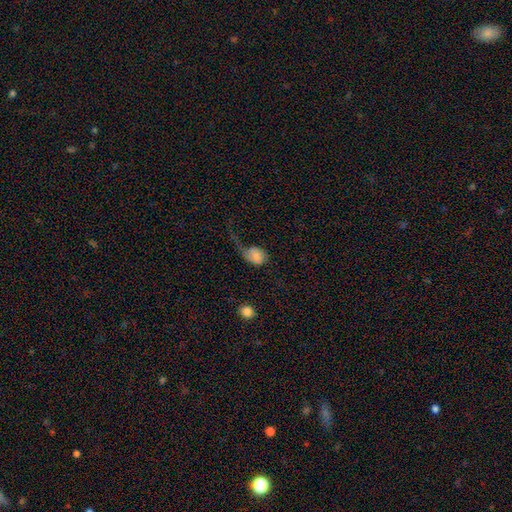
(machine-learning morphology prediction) smooth_or_featured: smooth (p=0.62) [alt: featured or disk p=0.30]
how_rounded: in between (p=0.67) [alt: round p=0.32]
merging: major disturbance (p=0.53) [alt: none p=0.21]